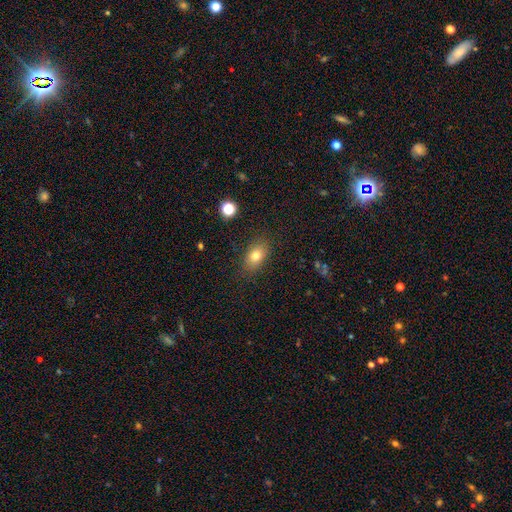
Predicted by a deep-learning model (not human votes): This appears to be a smooth galaxy with no disk features (78%) that is in between round and cigar-shaped (82%). Merging: none (84%).